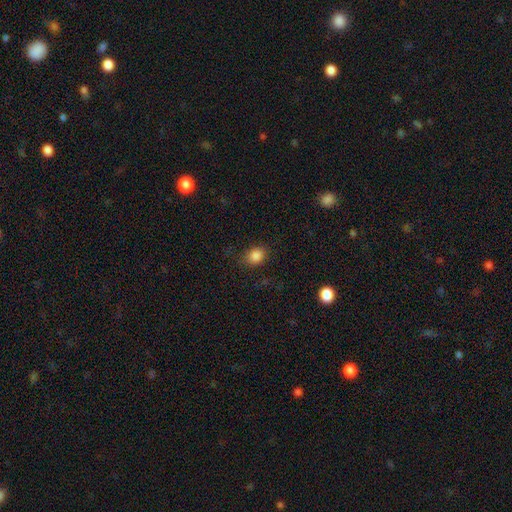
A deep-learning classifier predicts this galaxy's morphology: Overall: smooth (85%). How rounded: round (56%; in between 43%). Merging: none (80%).